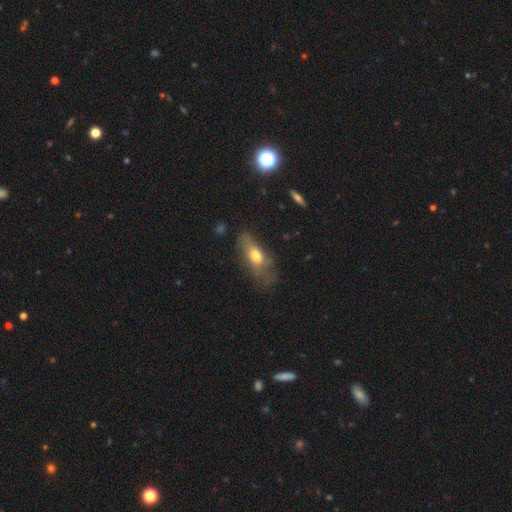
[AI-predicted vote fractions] A smooth galaxy with no disk features (66%) that is in between round and cigar-shaped (76%). Merging: none (48%).